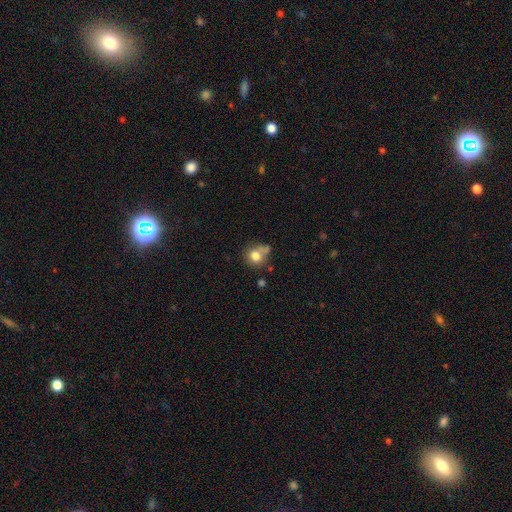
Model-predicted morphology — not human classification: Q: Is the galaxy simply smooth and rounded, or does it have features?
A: smooth — 77%.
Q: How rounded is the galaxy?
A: round — 71%.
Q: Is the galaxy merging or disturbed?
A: none — 48%.